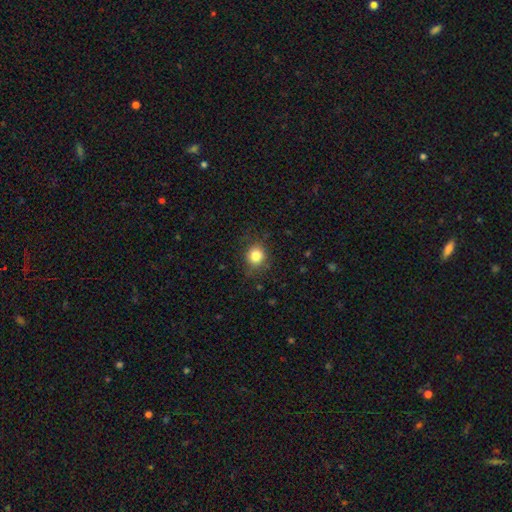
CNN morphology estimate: The model was most divided on "how rounded": round: 83%, in between: 16%, cigar-shaped: 1%. More confident: merging — none (83%); smooth or featured — smooth (83%).